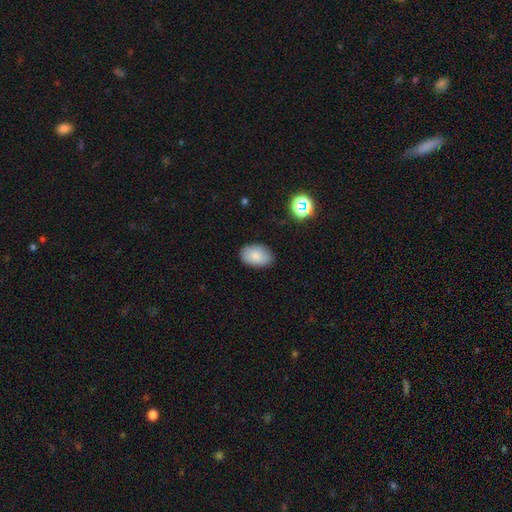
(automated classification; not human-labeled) A smooth galaxy with no disk features (83%) that is in between round and cigar-shaped (89%). Merging: none (84%).